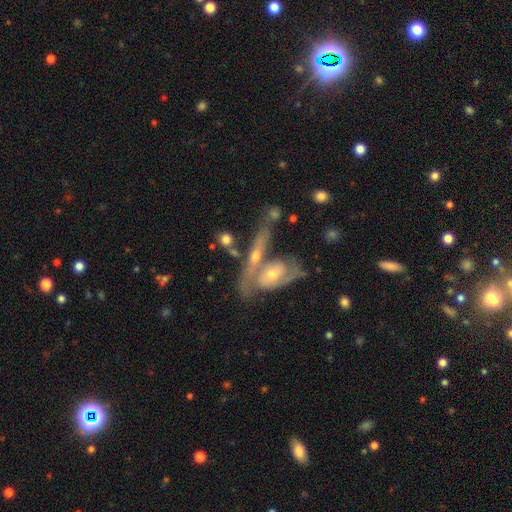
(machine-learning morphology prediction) This is likely a featured or disk galaxy (65%). It is possibly not viewed edge-on (58%). Merging: marginally merger (42%).